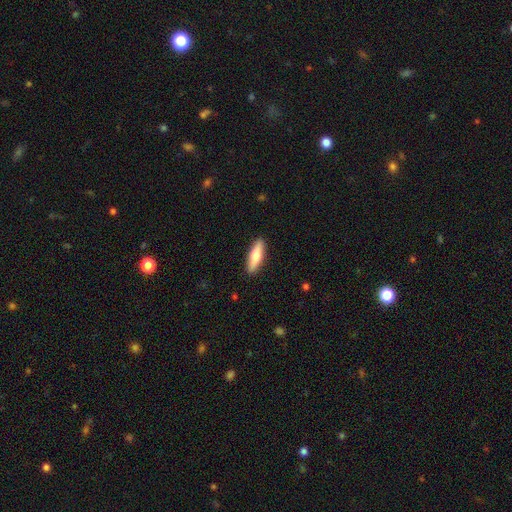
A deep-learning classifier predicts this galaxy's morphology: This appears to be a smooth galaxy with no disk features (72%) that is cigar-shaped (60%). Merging: none (90%).